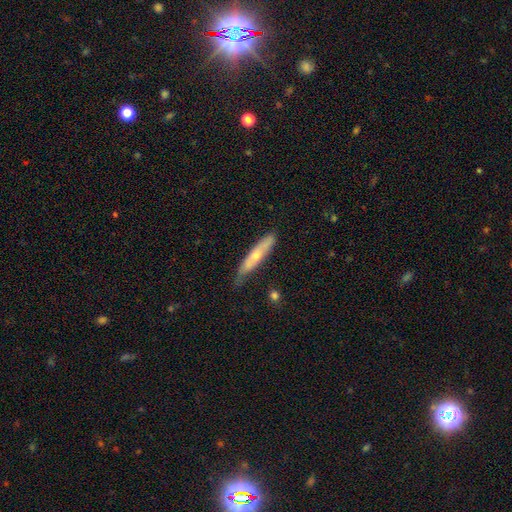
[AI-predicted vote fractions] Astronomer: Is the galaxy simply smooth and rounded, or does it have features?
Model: smooth — 50% (runner-up: featured or disk, 45%).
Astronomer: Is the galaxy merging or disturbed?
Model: none — 66%.